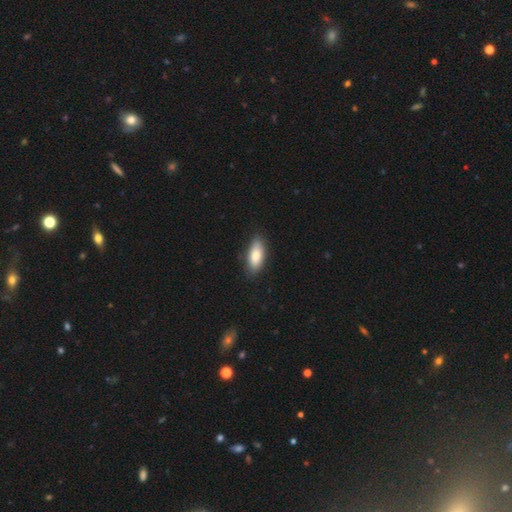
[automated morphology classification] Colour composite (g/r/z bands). It shows a smooth galaxy with no disk features (81%) that is in between round and cigar-shaped (82%). Merging: none (84%).